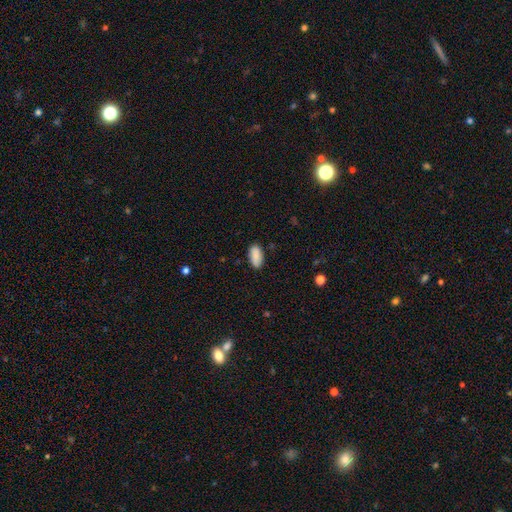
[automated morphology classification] A smooth galaxy with no disk features (89%) that is in between round and cigar-shaped (91%).

Vote fractions:
- Smooth or featured? smooth: 89% / star or artifact: 7% / featured or disk: 4%
- How rounded? in between: 91% / cigar-shaped: 7% / round: 2%
- Merging? none: 85% / minor disturbance: 12% / major disturbance: 2% / merger: 1%